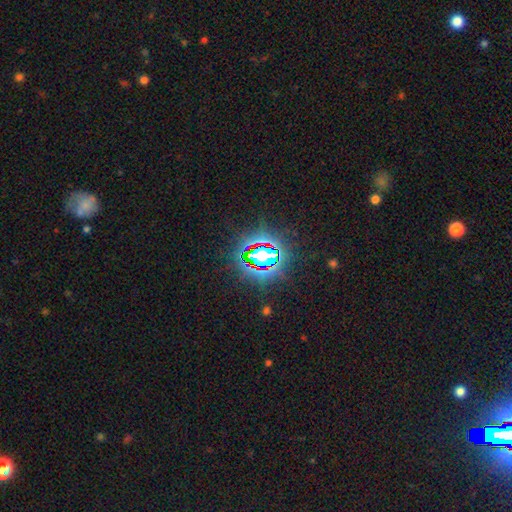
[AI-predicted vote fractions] This is clearly a star or artifact rather than a galaxy (85%).